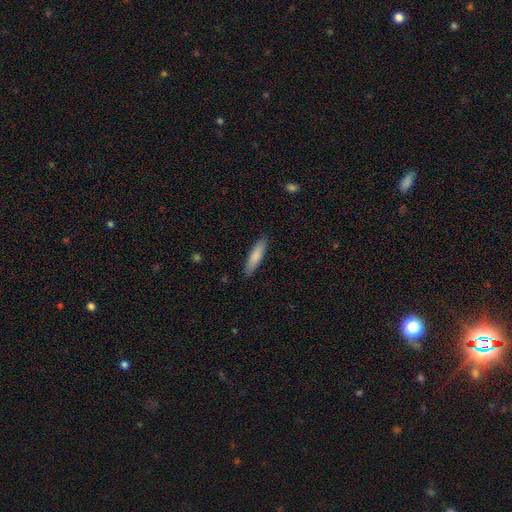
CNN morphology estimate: smooth 83%, featured or disk 12%, star or artifact 5%. Down the decision tree: how rounded — cigar-shaped (77%); merging — none (88%).